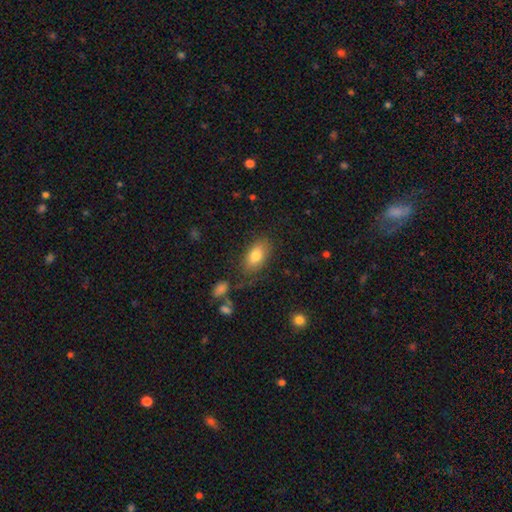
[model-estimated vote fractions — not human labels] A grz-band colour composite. It shows a smooth galaxy with no disk features (80%) that is in between round and cigar-shaped (90%). Merging: none (77%).